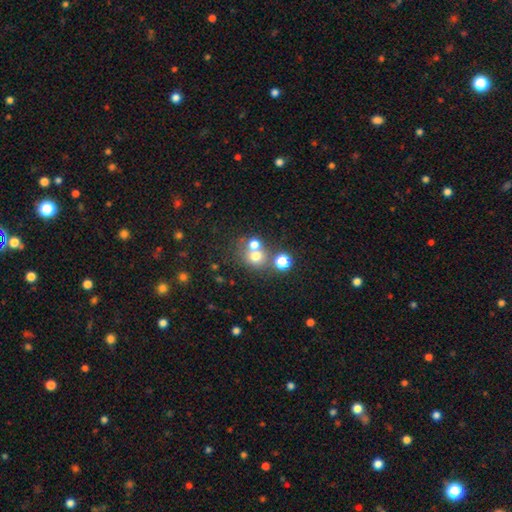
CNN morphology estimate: A smooth galaxy with no disk features (67%) that is round (80%). Merging: none (50%).